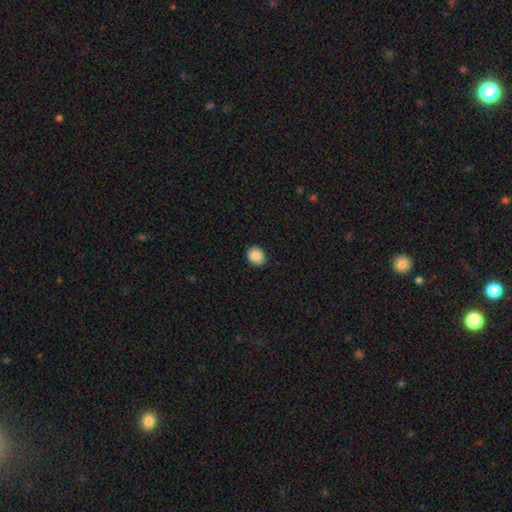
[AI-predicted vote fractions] smooth 88%, star or artifact 8%, featured or disk 4%. Down the decision tree: how rounded — round (59%); merging — none (88%).